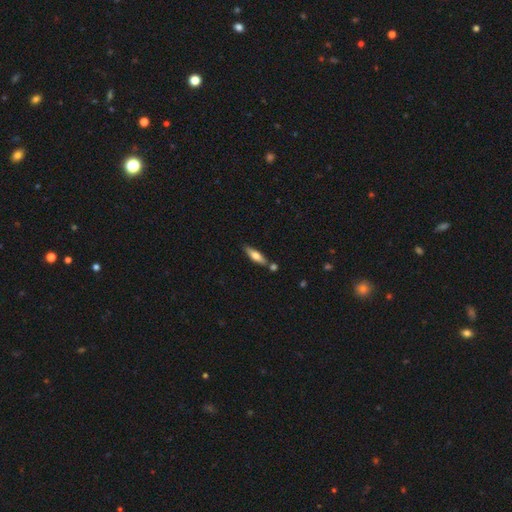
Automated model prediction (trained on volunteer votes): A smooth galaxy with no disk features (63%) that is cigar-shaped (64%). Merging: none (74%).